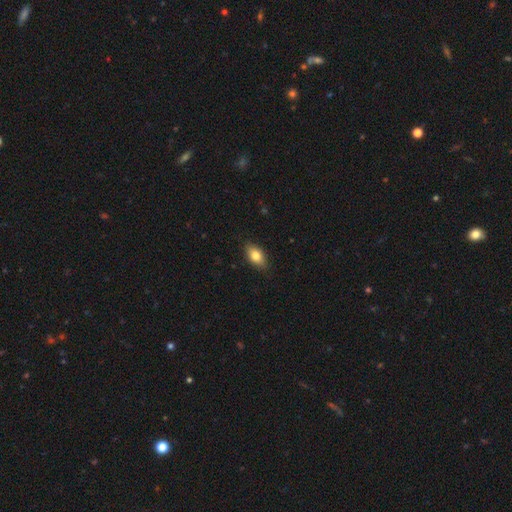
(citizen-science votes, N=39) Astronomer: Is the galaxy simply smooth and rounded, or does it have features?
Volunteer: smooth — 92%.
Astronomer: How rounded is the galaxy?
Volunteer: in between — 89%.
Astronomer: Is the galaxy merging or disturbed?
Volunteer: none — 92%.